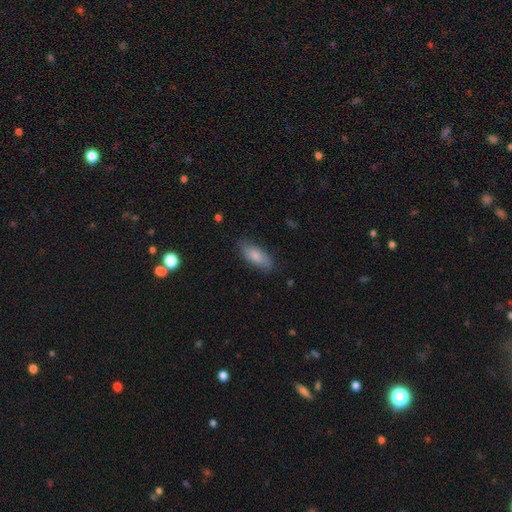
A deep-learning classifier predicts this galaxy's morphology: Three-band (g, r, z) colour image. It shows a smooth galaxy with no disk features (79%) that is in between round and cigar-shaped (78%). Merging: none (80%).